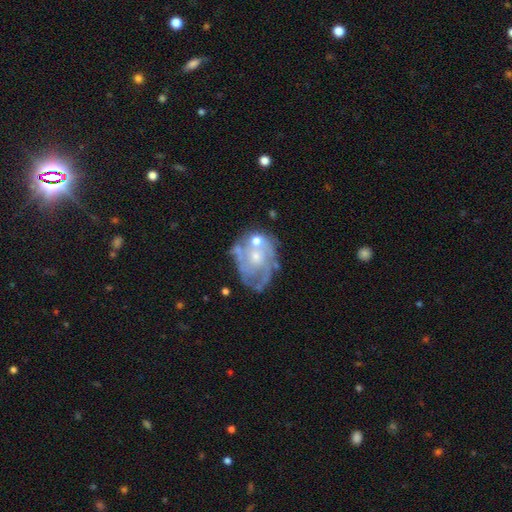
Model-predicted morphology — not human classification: featured or disk 73%, smooth 20%, star or artifact 8%. Down the decision tree: edge-on disk — no (98%); bar — no (84%); spiral arms — yes (55%); bulge size — small (59%); merging — none (48%).